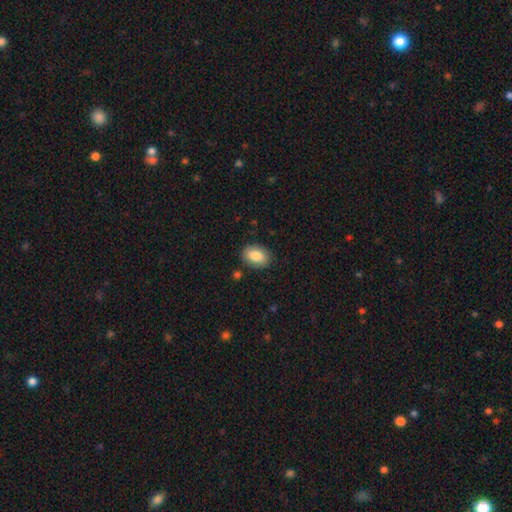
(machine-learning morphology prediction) The model was most divided on "how rounded": in between: 83%, round: 16%, cigar-shaped: 1%. More confident: smooth or featured — smooth (85%); merging — none (85%).